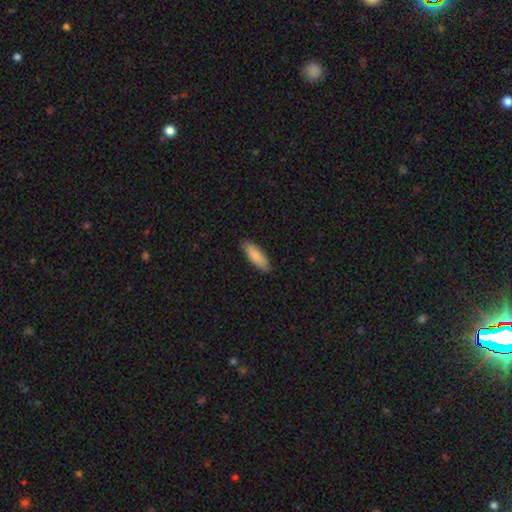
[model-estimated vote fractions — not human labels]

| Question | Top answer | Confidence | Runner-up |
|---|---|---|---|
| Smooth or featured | smooth | 86% | featured or disk (9%) |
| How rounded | in between | 57% | cigar-shaped (41%) |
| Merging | none | 85% | minor disturbance (12%) |